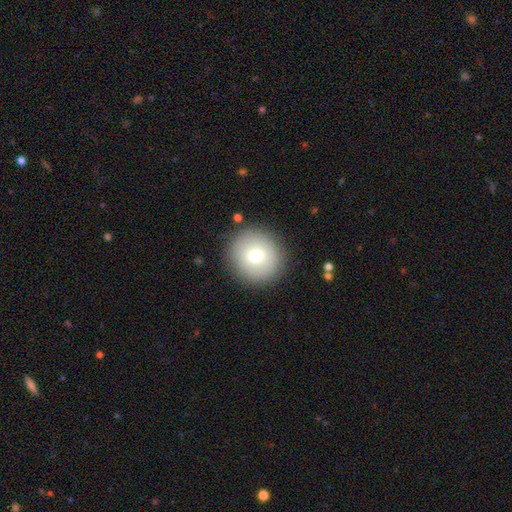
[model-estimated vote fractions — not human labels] Morphology: type=smooth (74%); roundness=round (94%); merging=none (89%).